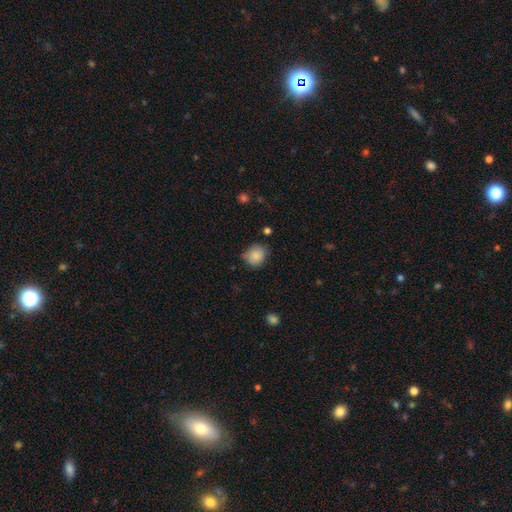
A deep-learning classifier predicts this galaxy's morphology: A smooth galaxy with no disk features (86%) that is round (76%). Merging: none (68%).